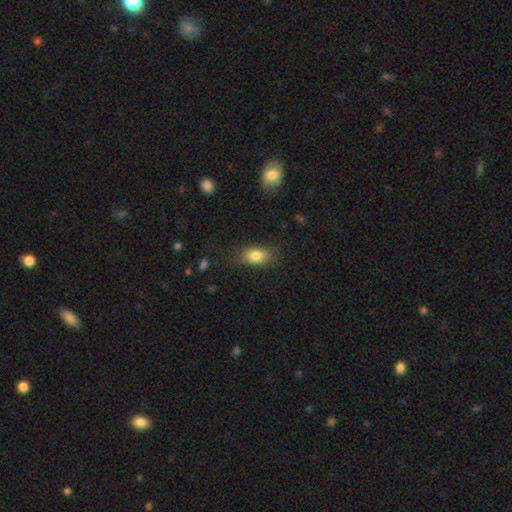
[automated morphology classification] Smooth or featured? Predicted: smooth (p=0.81). How rounded? Predicted: in between (p=0.80). Merging? Predicted: none (p=0.76).